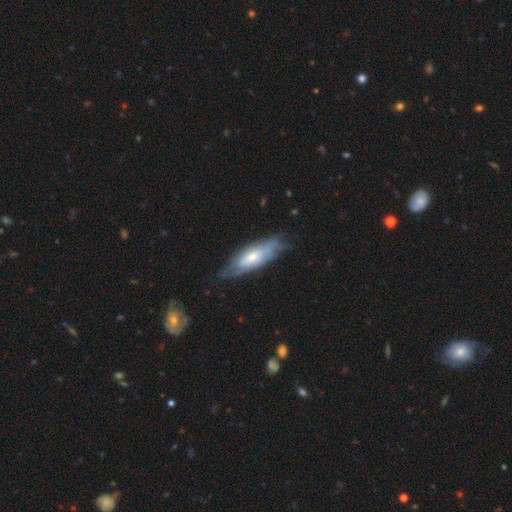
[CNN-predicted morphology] featured or disk 49%, smooth 44%, star or artifact 7%. Down the decision tree: merging — none (71%).